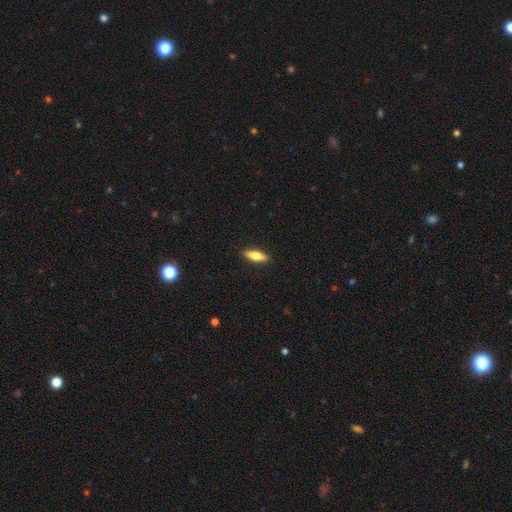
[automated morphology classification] A smooth galaxy with no disk features (65%) that is in between round and cigar-shaped (52%). Merging: none (91%).